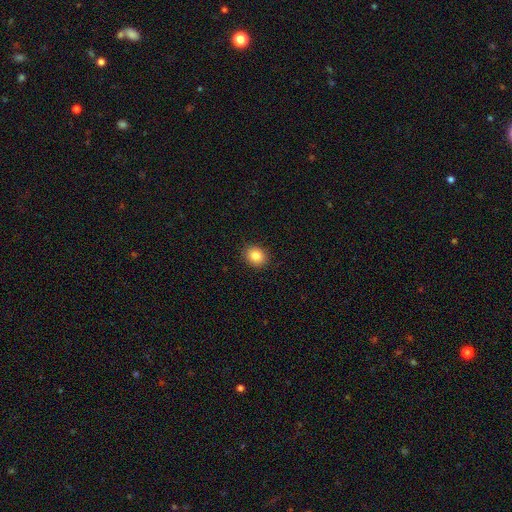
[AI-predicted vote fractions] The model was most divided on "how rounded": round: 64%, in between: 35%, cigar-shaped: 1%. More confident: merging — none (90%); smooth or featured — smooth (85%).